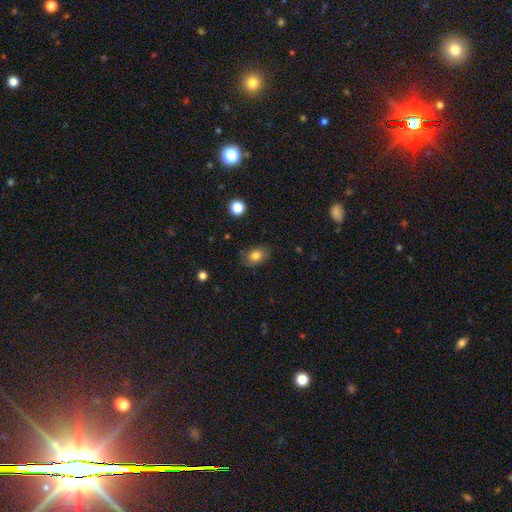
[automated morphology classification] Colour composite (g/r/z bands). It shows a smooth galaxy with no disk features (79%) that is in between round and cigar-shaped (64%). Merging: none (79%).